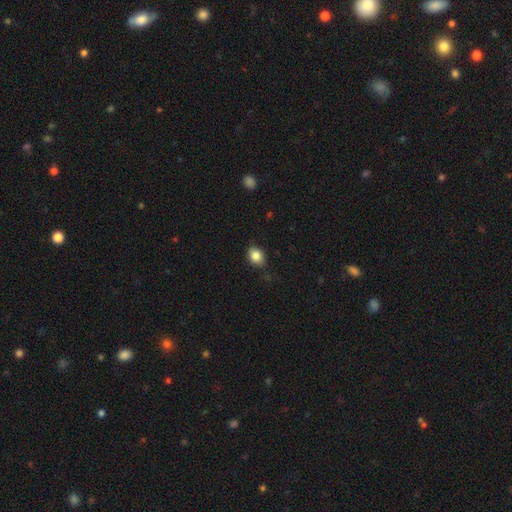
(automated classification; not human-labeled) Overall: smooth (85%). How rounded: in between (55%; round 44%). Merging: none (75%).